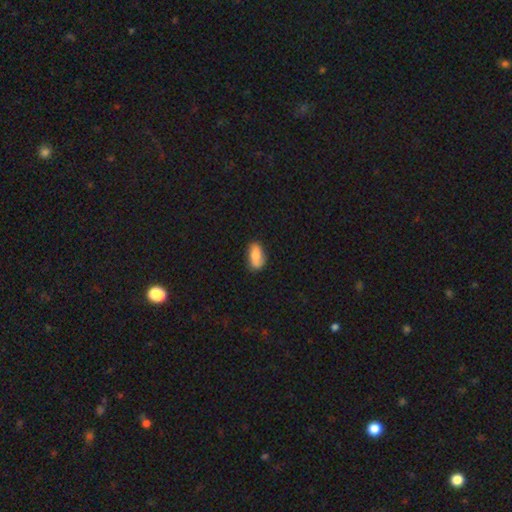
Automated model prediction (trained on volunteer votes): smooth 71%, featured or disk 22%, star or artifact 7%. Down the decision tree: how rounded — in between (90%); merging — none (74%).